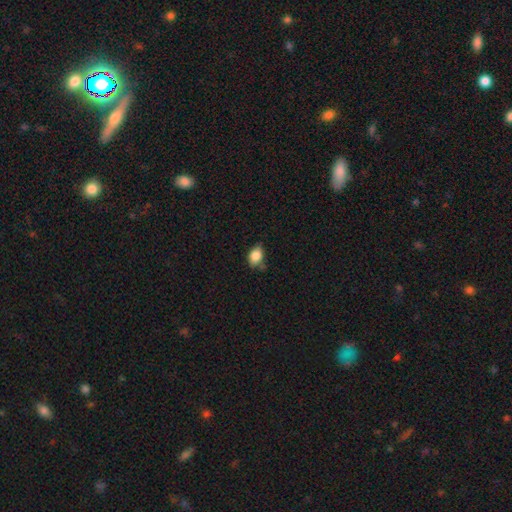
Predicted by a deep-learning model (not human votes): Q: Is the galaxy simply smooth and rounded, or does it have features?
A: smooth — 85%.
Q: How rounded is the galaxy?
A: in between — 78%.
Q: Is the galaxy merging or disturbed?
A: none — 60%.